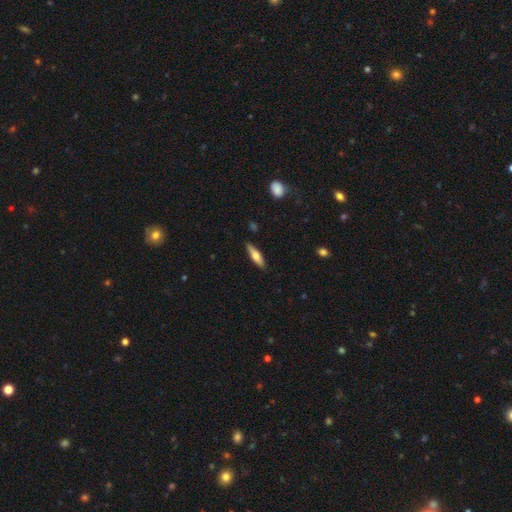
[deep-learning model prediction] A smooth galaxy with no disk features (61%) that is cigar-shaped (64%). Merging: none (87%).